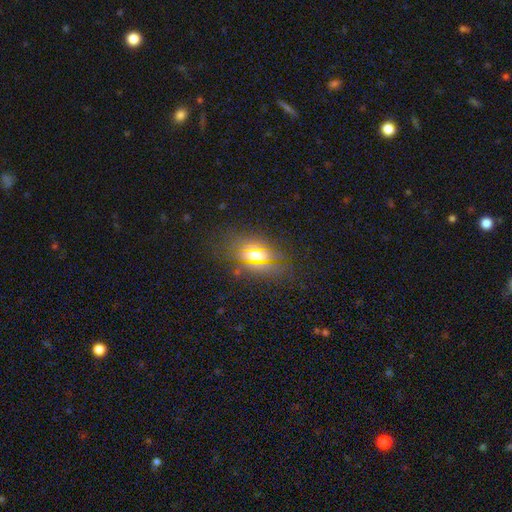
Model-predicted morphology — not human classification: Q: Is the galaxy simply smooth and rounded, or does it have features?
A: smooth — 48%.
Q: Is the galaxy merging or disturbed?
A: none — 81%.